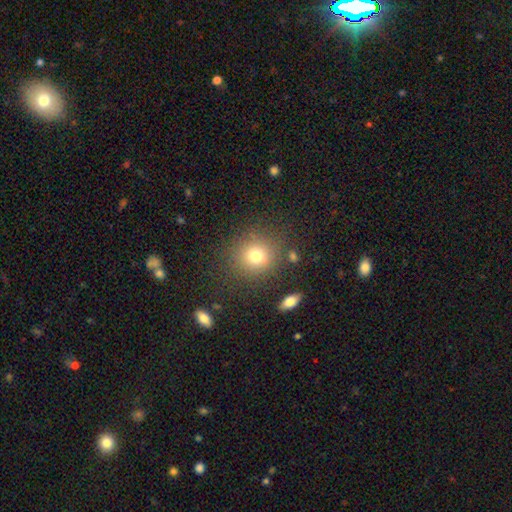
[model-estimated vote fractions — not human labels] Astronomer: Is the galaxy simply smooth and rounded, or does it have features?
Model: smooth — 75%.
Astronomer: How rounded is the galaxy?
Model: round — 86%.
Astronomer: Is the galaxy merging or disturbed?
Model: none — 83%.